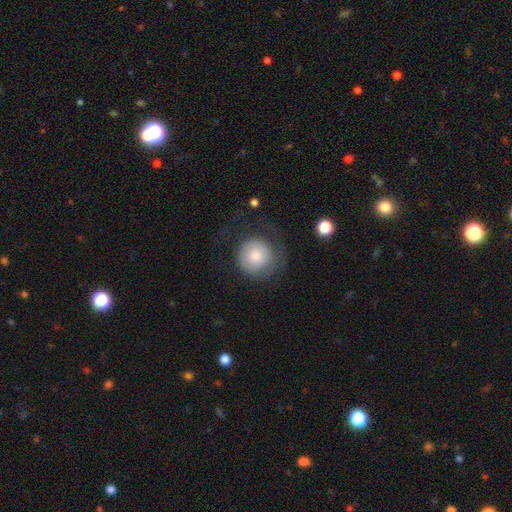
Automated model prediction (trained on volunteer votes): Q: Smooth or featured?
A: smooth (74%); runner-up: featured or disk (19%)
Q: How rounded?
A: round (93%); runner-up: in between (6%)
Q: Merging?
A: none (56%); runner-up: major disturbance (23%)